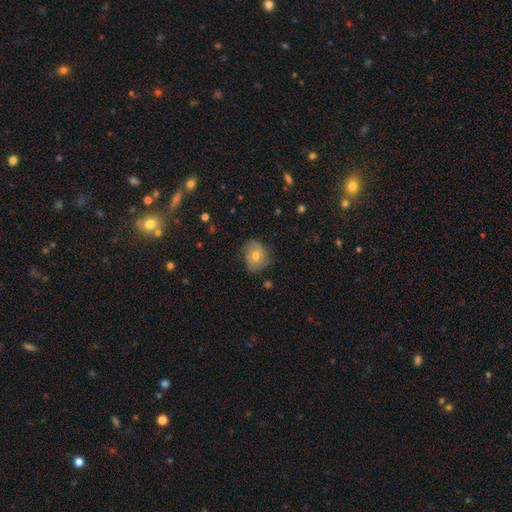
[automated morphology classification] Overall: smooth (47%; featured or disk 42%). Merging: none (72%).